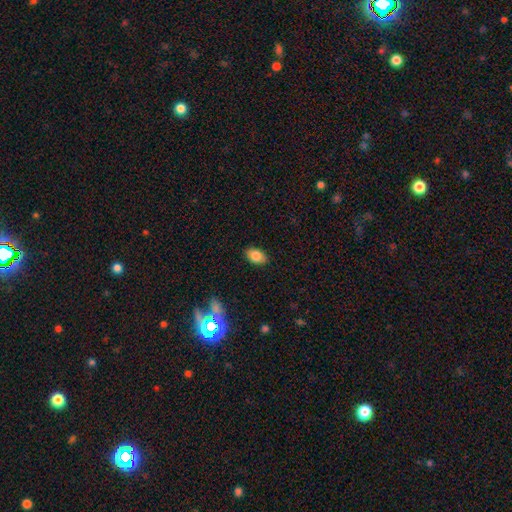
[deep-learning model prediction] Overall: smooth (83%). How rounded: in between (90%). Merging: none (87%).